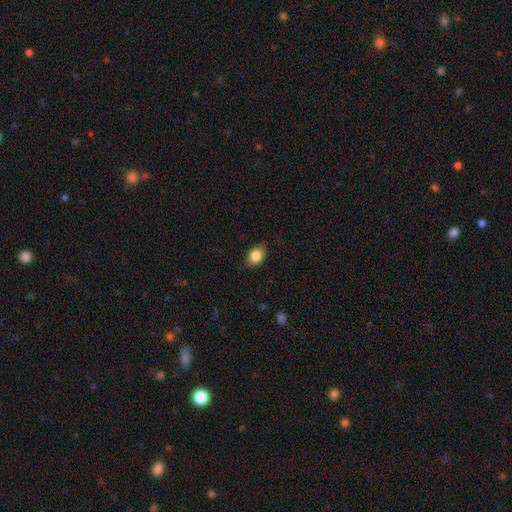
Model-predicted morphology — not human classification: The model was most divided on "how rounded": in between: 76%, round: 22%, cigar-shaped: 1%. More confident: smooth or featured — smooth (85%); merging — none (82%).